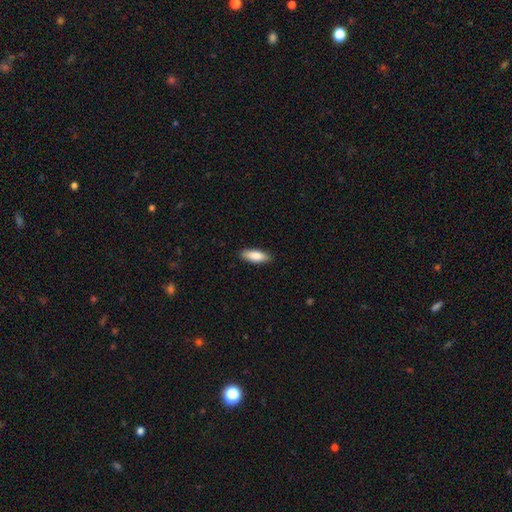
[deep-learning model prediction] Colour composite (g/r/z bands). It shows a smooth galaxy with no disk features (84%) that is in between round and cigar-shaped (66%). Merging: none (89%).